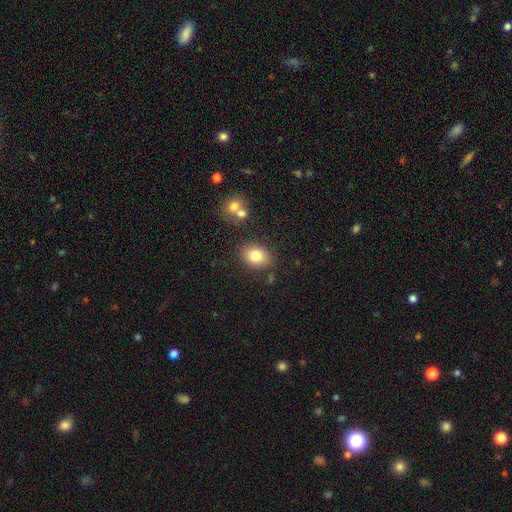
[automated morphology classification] Smooth or featured?
  - smooth: 80% *
  - featured or disk: 10%
  - star or artifact: 10%
How rounded?
  - in between: 58% *
  - round: 41%
  - cigar-shaped: 1%
Merging?
  - none: 81% *
  - minor disturbance: 11%
  - merger: 5%
  - major disturbance: 3%